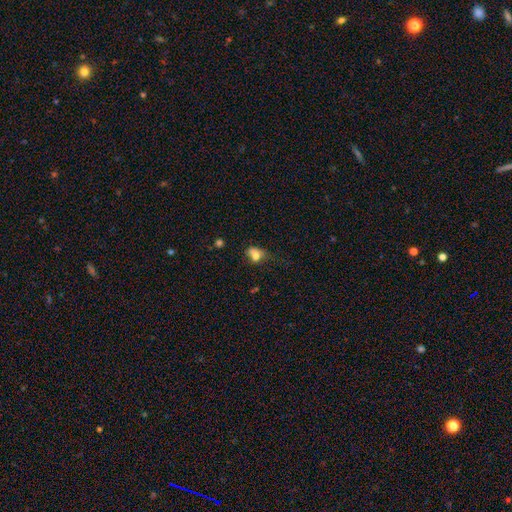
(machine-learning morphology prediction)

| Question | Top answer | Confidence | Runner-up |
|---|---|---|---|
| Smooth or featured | smooth | 75% | featured or disk (13%) |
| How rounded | in between | 66% | round (31%) |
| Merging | none | 37% | minor disturbance (34%) |